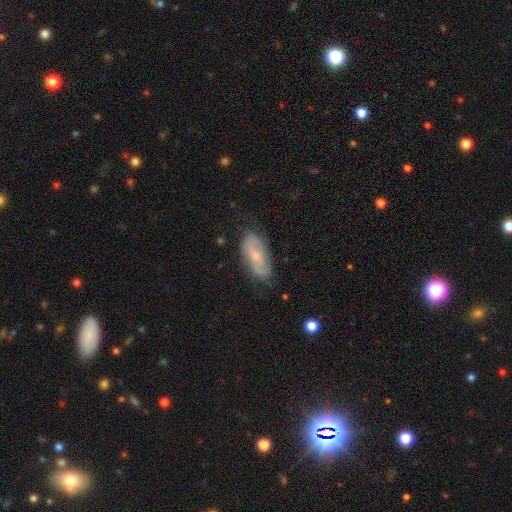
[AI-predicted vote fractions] Q: Smooth or featured?
A: featured or disk (59%); runner-up: smooth (33%)
Q: Edge-on disk?
A: no (87%); runner-up: yes (13%)
Q: Bar?
A: no (54%); runner-up: weak (30%)
Q: Spiral arms?
A: yes (66%); runner-up: no (34%)
Q: Bulge size?
A: small (56%); runner-up: moderate (41%)
Q: Merging?
A: none (65%); runner-up: minor disturbance (26%)